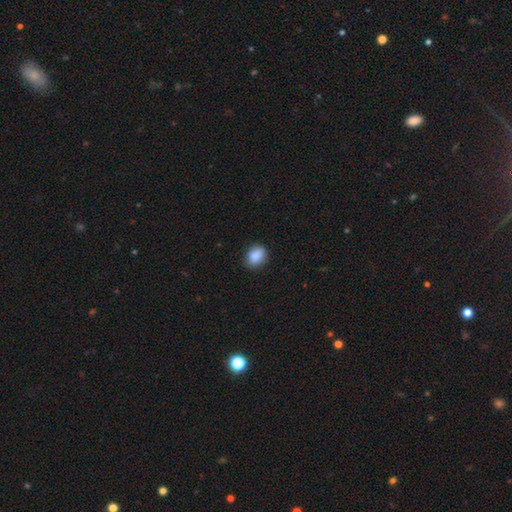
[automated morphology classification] type=smooth (88%); roundness=in between (59%); merging=none (83%).